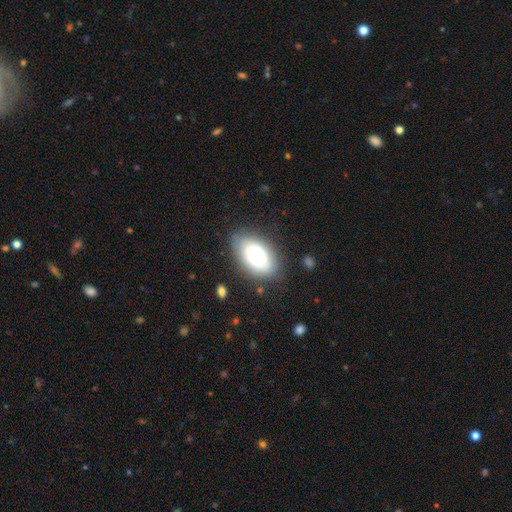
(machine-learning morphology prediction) A smooth galaxy with no disk features (60%) that is in between round and cigar-shaped (88%). Merging: none (78%).